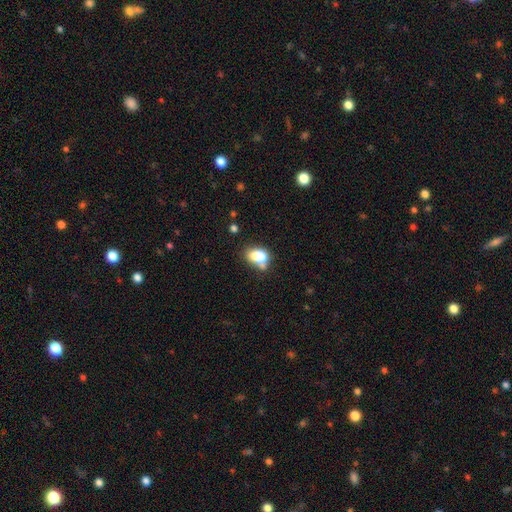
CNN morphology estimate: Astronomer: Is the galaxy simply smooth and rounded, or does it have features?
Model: smooth — 68%.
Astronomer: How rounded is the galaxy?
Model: in between — 69%.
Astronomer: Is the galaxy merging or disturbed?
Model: merger — 46% (runner-up: none, 27%).